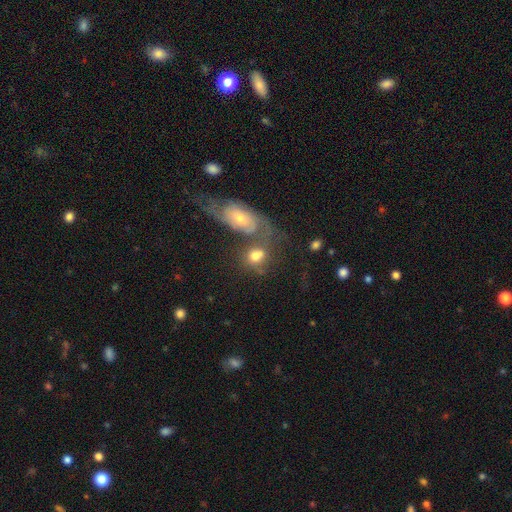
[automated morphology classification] Smooth or featured? smooth (59%)
How rounded? in between (53%)
Merging? merger (42%)